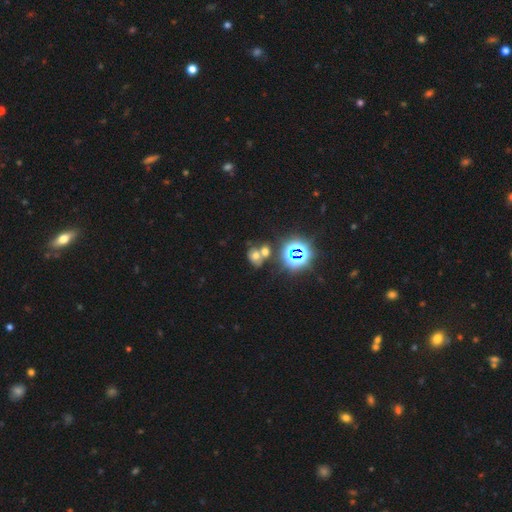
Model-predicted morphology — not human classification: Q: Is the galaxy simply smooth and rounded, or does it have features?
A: smooth — 45%.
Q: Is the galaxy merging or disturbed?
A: merger — 50%.